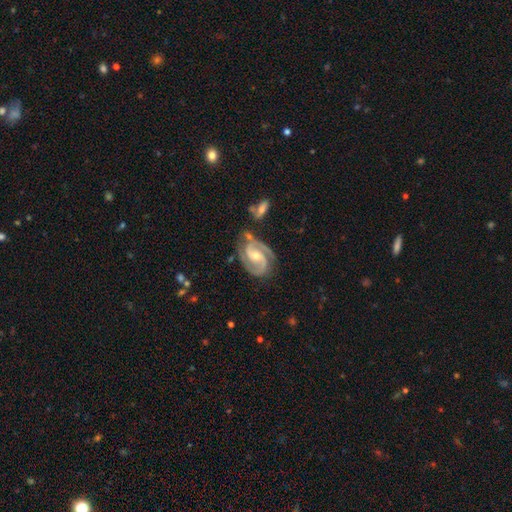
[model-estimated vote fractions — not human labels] A featured or disk galaxy (91%) with no bar (45%), 2 (87%) medium (50%) spiral arms (98%) and a moderate central bulge (50%).

Vote fractions:
- Smooth or featured? featured or disk: 91% / star or artifact: 4% / smooth: 4%
- Edge-on disk? no: 97% / yes: 3%
- Bar? no: 45% / weak: 38% / strong: 17%
- Spiral arms? yes: 98% / no: 2%
- Spiral winding? medium: 50% / tight: 42% / loose: 7%
- Spiral arm count? 2: 87% / 3: 7% / can't tell: 3% / 1: 1% / 4: 1% / more than 4: 1%
- Bulge size? moderate: 50% / small: 47% / large: 2% / none: 1% / dominant: 1%
- Merging? none: 71% / minor disturbance: 17% / merger: 7% / major disturbance: 5%